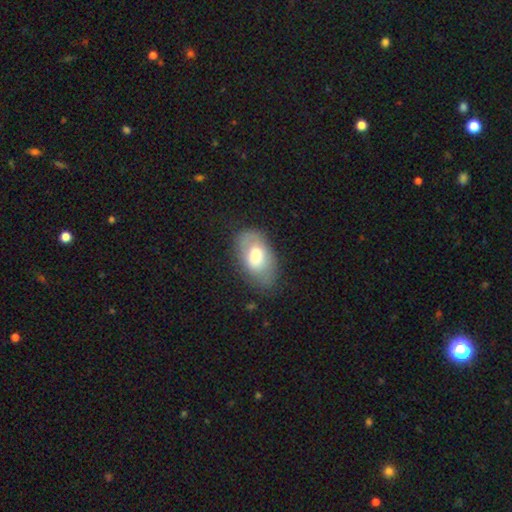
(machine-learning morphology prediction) Smooth or featured? Predicted: smooth (p=0.67). How rounded? Predicted: in between (p=0.93). Merging? Predicted: none (p=0.63).